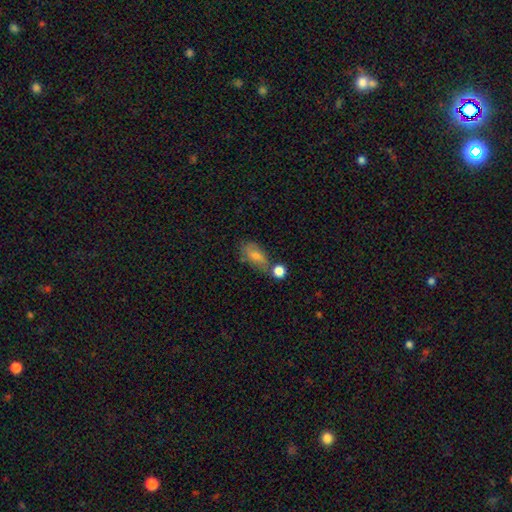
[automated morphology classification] smooth-or-featured: smooth: 64% | featured or disk: 23% | star or artifact: 12%
  how-rounded: in between: 80% | cigar-shaped: 10% | round: 9%
  merging: none: 52% | minor disturbance: 21% | merger: 18% | major disturbance: 9%